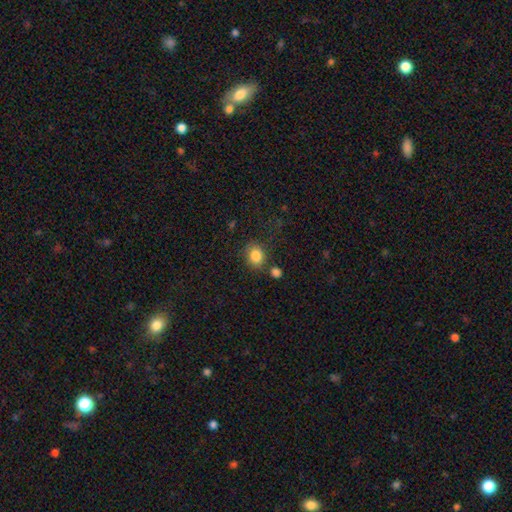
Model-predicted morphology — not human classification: A smooth galaxy with no disk features (85%) that is round (53%).

Vote fractions:
- Smooth or featured? smooth: 85% / star or artifact: 9% / featured or disk: 6%
- How rounded? round: 53% / in between: 46% / cigar-shaped: 1%
- Merging? none: 73% / minor disturbance: 14% / merger: 8% / major disturbance: 5%